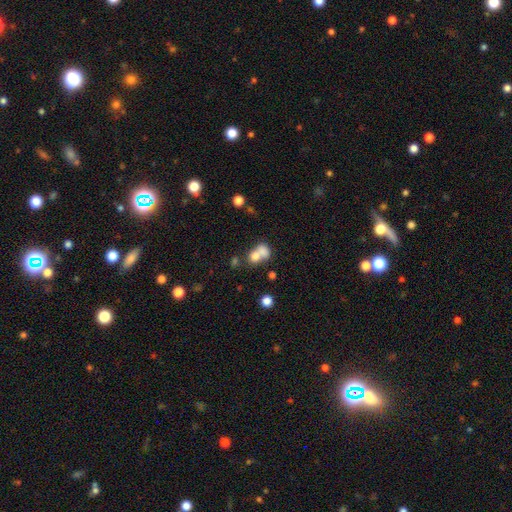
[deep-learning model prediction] The model was most divided on "how rounded": round: 56%, in between: 42%, cigar-shaped: 1%. More confident: smooth or featured — smooth (73%); merging — merger (65%).